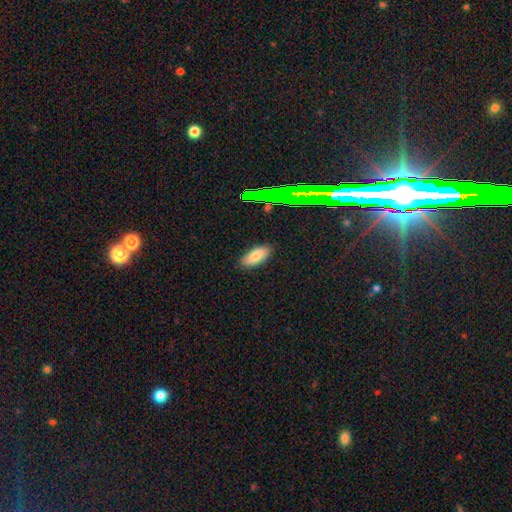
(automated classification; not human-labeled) This is clearly a smooth galaxy (81%). How rounded: clearly in between (86%). Merging: clearly none (86%).